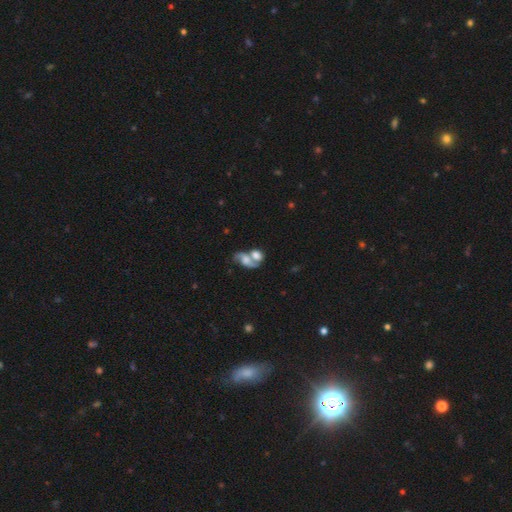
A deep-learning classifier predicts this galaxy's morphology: featured or disk 49%, smooth 41%, star or artifact 10%. Down the decision tree: merging — merger (64%).